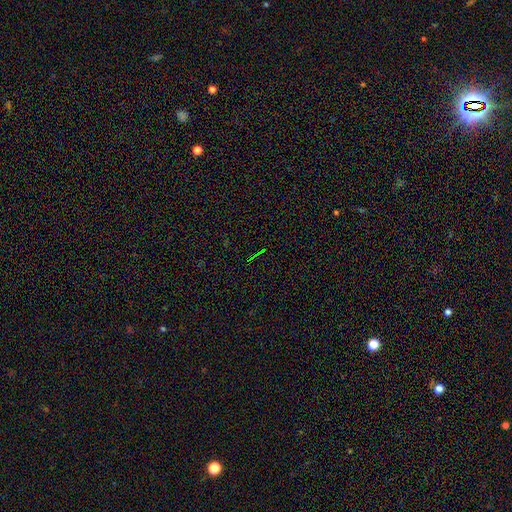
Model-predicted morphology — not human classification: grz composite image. It shows a star or artifact, not a galaxy (77%).